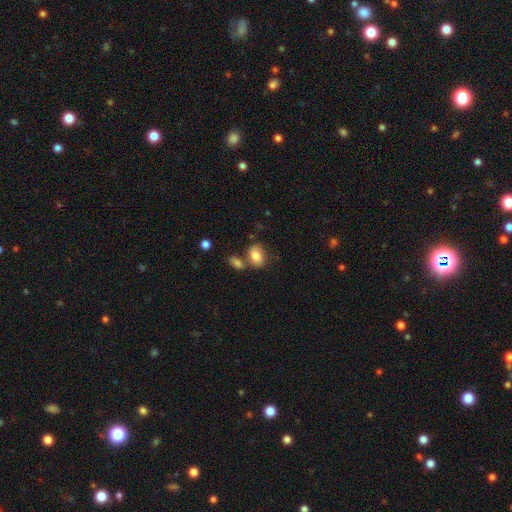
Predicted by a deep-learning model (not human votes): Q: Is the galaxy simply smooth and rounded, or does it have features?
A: smooth — 82%.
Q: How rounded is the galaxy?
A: in between — 83%.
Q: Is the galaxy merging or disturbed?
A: none — 53%.